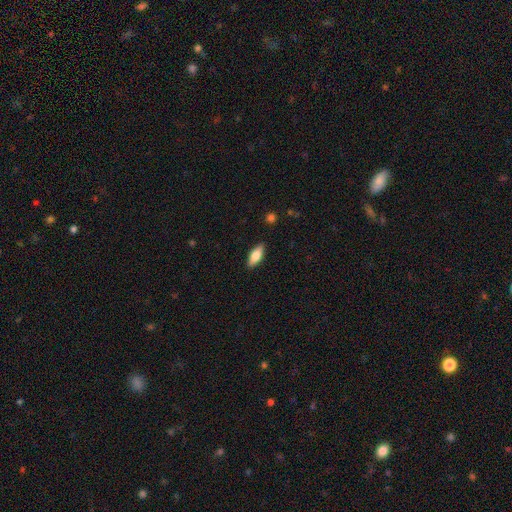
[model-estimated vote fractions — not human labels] A smooth galaxy with no disk features (75%) that is in between round and cigar-shaped (72%).

Vote fractions:
- Smooth or featured? smooth: 75% / featured or disk: 18% / star or artifact: 6%
- How rounded? in between: 72% / cigar-shaped: 25% / round: 2%
- Merging? none: 88% / minor disturbance: 9% / major disturbance: 2% / merger: 1%